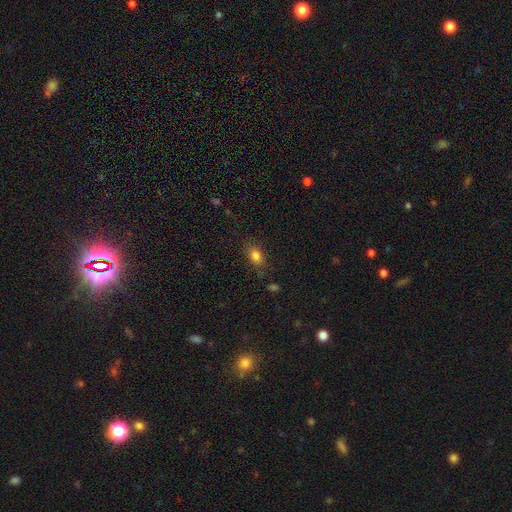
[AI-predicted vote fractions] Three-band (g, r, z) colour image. It shows a smooth galaxy with no disk features (82%) that is in between round and cigar-shaped (77%). Merging: none (78%).